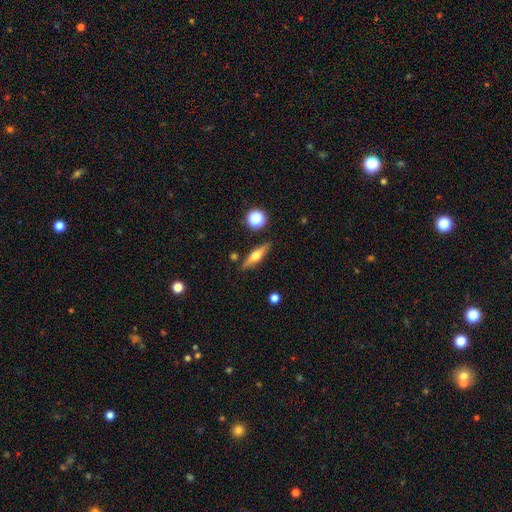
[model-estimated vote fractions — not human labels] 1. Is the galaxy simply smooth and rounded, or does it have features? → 52% featured or disk, 40% smooth, 8% star or artifact.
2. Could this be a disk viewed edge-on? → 92% yes, 8% no.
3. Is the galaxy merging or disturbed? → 85% none, 10% minor disturbance, 3% merger, 2% major disturbance.